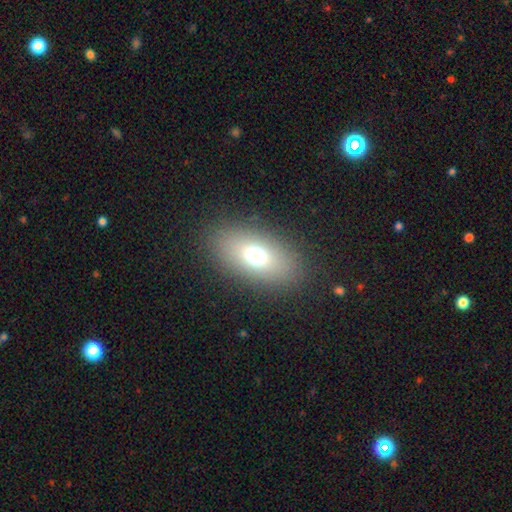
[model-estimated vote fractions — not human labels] This is likely a smooth galaxy (69%). How rounded: clearly in between (86%). Merging: clearly none (86%).